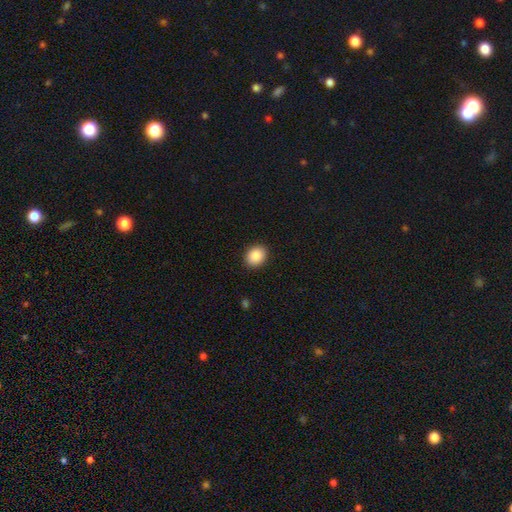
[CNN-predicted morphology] smooth 89%, star or artifact 8%, featured or disk 4%. Down the decision tree: how rounded — in between (50%); merging — none (91%).